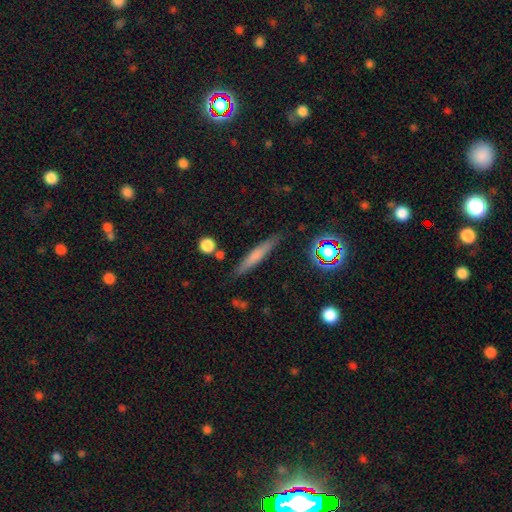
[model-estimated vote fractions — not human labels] Smooth or featured?
  - smooth: 59% *
  - featured or disk: 32%
  - star or artifact: 10%
How rounded?
  - cigar-shaped: 90% *
  - in between: 7%
  - round: 3%
Merging?
  - none: 83% *
  - minor disturbance: 11%
  - merger: 3%
  - major disturbance: 3%